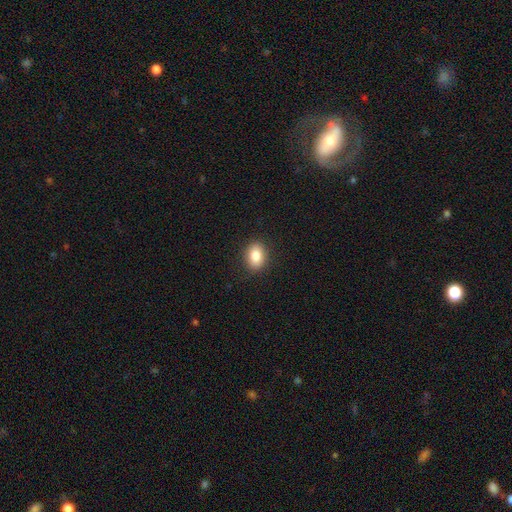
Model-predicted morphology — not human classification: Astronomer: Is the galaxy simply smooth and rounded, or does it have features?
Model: smooth — 86%.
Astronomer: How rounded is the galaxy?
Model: in between — 74%.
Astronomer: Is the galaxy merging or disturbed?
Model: none — 88%.